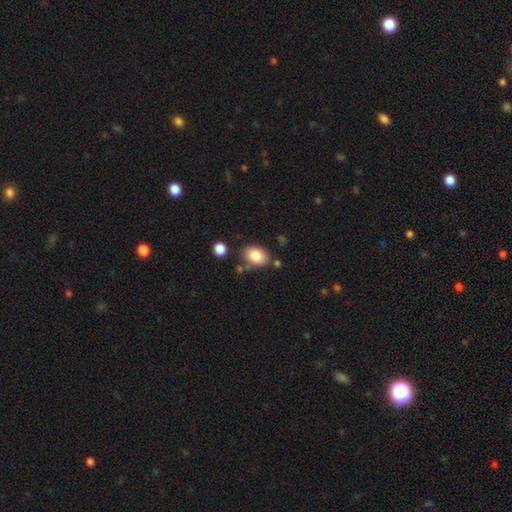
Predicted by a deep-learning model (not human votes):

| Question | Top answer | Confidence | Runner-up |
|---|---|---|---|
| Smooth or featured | smooth | 83% | featured or disk (9%) |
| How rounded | in between | 79% | round (20%) |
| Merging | none | 73% | minor disturbance (15%) |